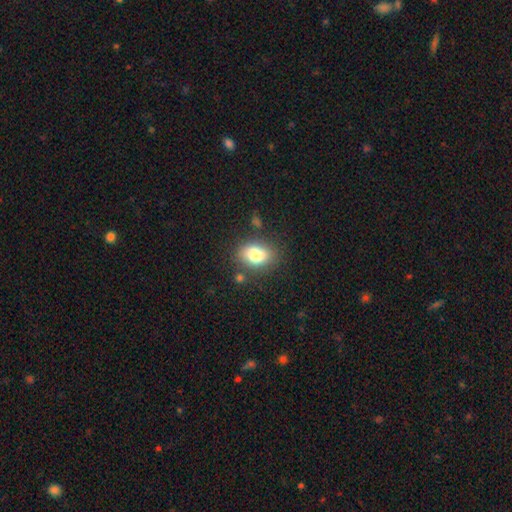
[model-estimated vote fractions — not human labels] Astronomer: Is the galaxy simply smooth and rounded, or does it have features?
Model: smooth — 78%.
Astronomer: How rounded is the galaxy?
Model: in between — 75%.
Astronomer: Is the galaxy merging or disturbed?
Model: none — 67%.